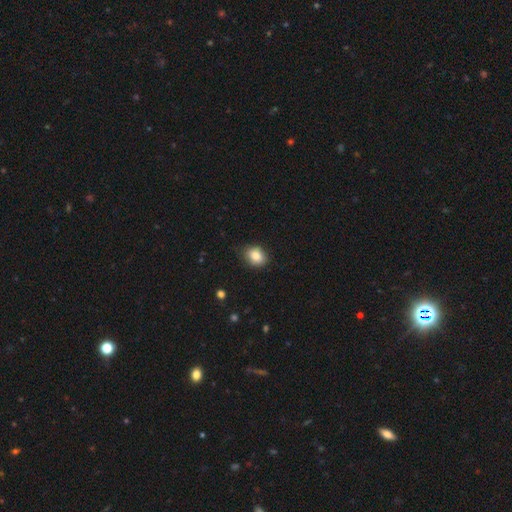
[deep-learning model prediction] This appears to be a smooth galaxy with no disk features (84%) that is in between round and cigar-shaped (52%). Merging: none (78%).